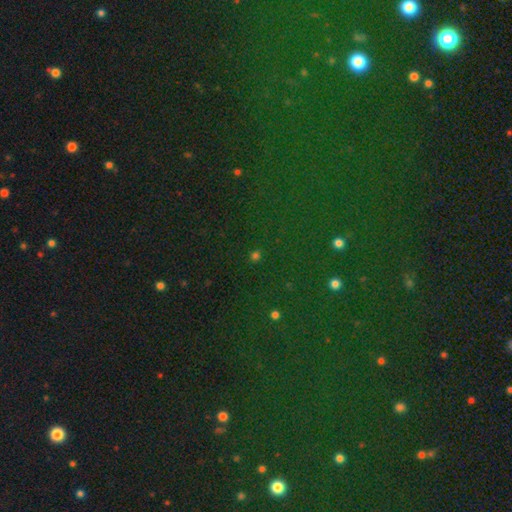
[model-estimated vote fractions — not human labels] Smooth or featured: star or artifact — 54% (smooth — 39%)